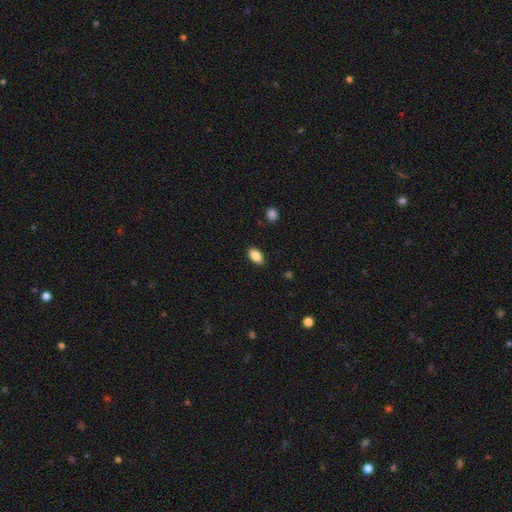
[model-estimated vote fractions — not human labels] This appears to be a smooth galaxy with no disk features (87%) that is in between round and cigar-shaped (91%). Merging: none (88%).